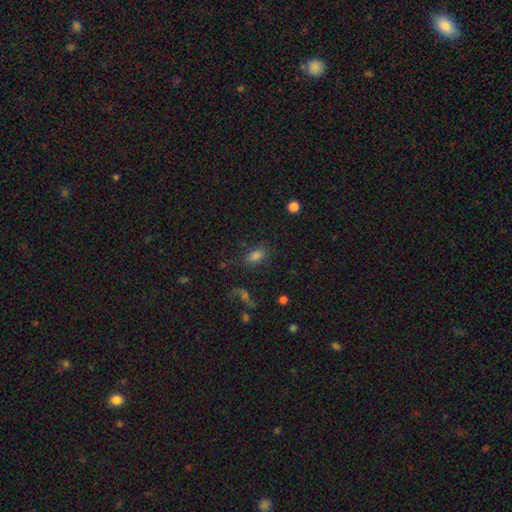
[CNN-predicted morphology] The model was most divided on "smooth or featured": smooth: 76%, star or artifact: 16%, featured or disk: 8%. More confident: how rounded — in between (84%); merging — none (75%).